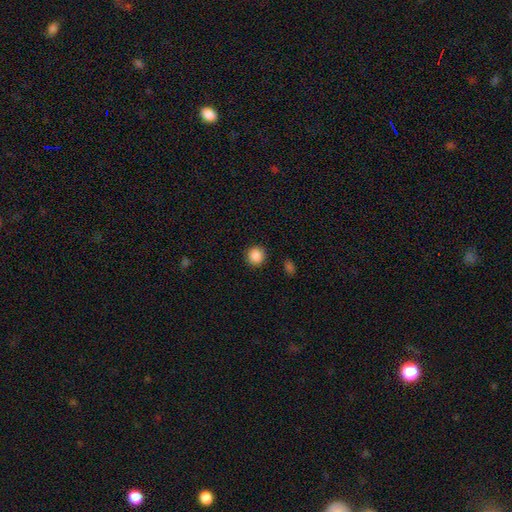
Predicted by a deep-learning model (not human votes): This is clearly a smooth galaxy (88%). How rounded: clearly round (93%). Merging: clearly none (91%).